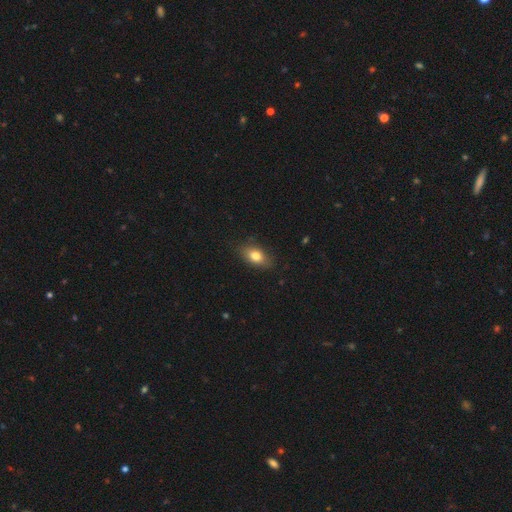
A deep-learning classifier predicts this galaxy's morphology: smooth_or_featured: smooth (p=0.78) [alt: featured or disk p=0.13]
how_rounded: in between (p=0.83) [alt: round p=0.13]
merging: none (p=0.83) [alt: minor disturbance p=0.13]